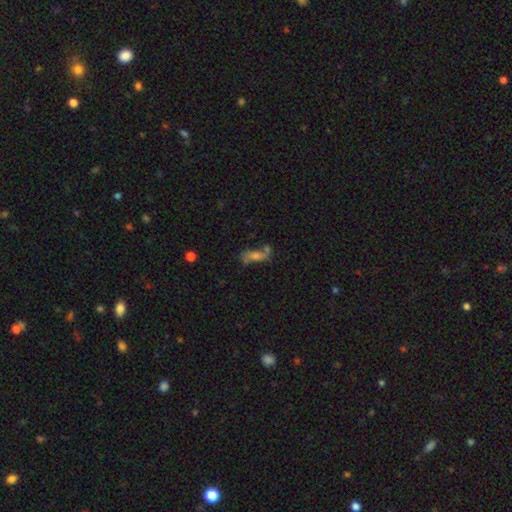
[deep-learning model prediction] Smooth or featured?
  - featured or disk: 54% *
  - smooth: 32%
  - star or artifact: 14%
Edge-on disk?
  - no: 80% *
  - yes: 20%
Merging?
  - none: 49% *
  - minor disturbance: 20%
  - merger: 16%
  - major disturbance: 15%